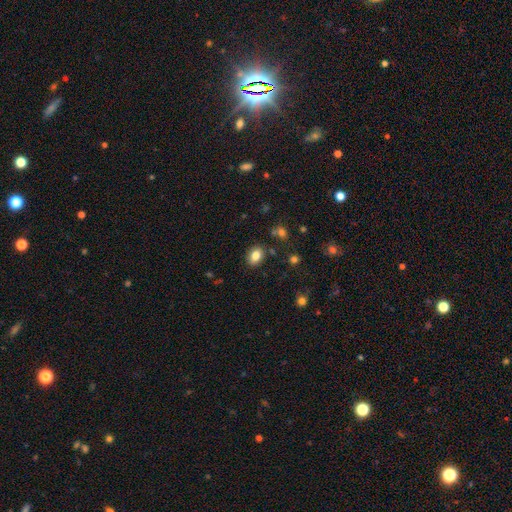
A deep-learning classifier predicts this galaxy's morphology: smooth_or_featured: smooth (p=0.83) [alt: star or artifact p=0.09]
how_rounded: in between (p=0.76) [alt: round p=0.22]
merging: none (p=0.85) [alt: minor disturbance p=0.10]